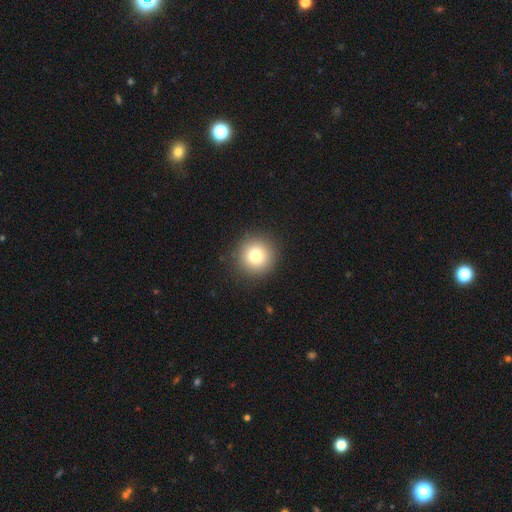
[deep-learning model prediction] A smooth galaxy with no disk features (79%) that is round (95%).

Vote fractions:
- Smooth or featured? smooth: 79% / star or artifact: 12% / featured or disk: 9%
- How rounded? round: 95% / in between: 4% / cigar-shaped: 1%
- Merging? none: 91% / minor disturbance: 6% / major disturbance: 2% / merger: 1%